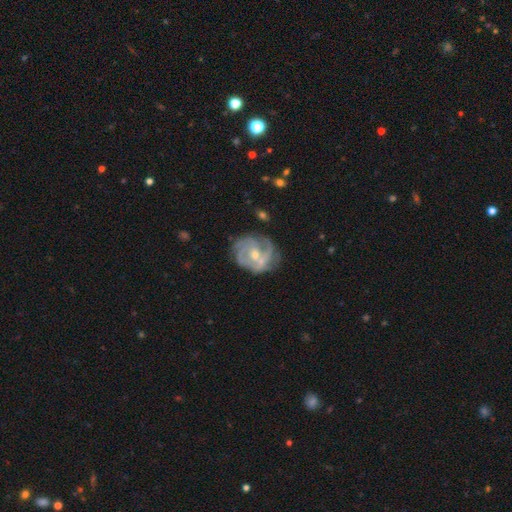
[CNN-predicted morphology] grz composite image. It shows a featured or disk galaxy (85%) with no bar (56%), 3 (36%) tight (53%) spiral arms (93%) and a small central bulge (54%). Merging: none (60%).